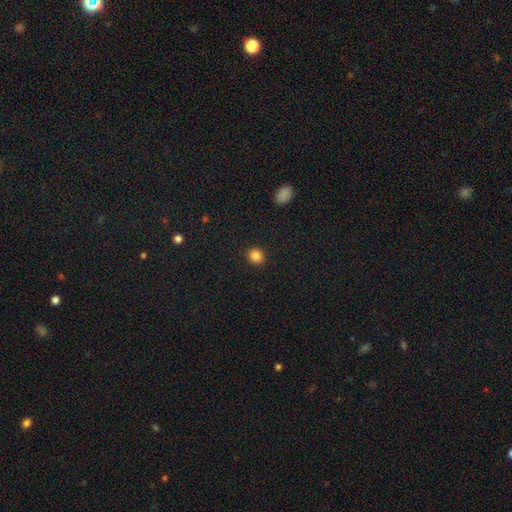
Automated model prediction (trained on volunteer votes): Smooth or featured?
  - smooth: 86% *
  - star or artifact: 11%
  - featured or disk: 3%
How rounded?
  - round: 81% *
  - in between: 18%
  - cigar-shaped: 1%
Merging?
  - none: 92% *
  - minor disturbance: 5%
  - major disturbance: 2%
  - merger: 1%